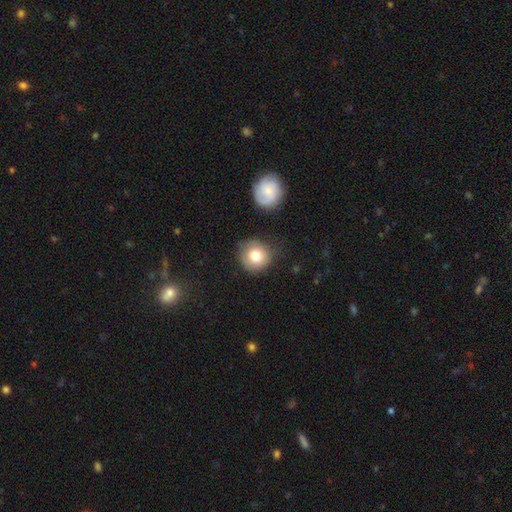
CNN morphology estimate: This appears to be a smooth galaxy with no disk features (79%) that is round (90%). Merging: none (76%).